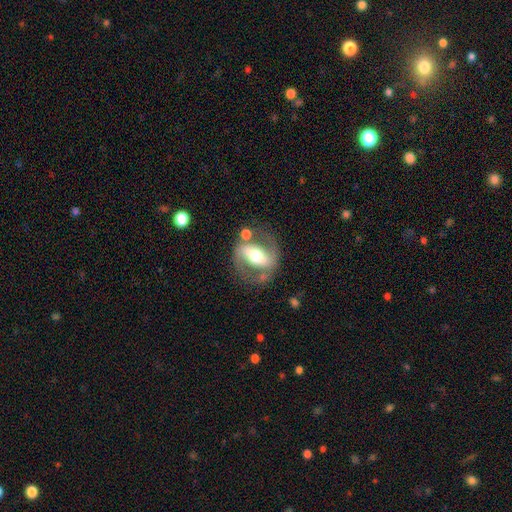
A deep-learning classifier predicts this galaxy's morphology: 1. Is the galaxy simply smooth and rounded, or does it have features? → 76% featured or disk, 19% smooth, 6% star or artifact.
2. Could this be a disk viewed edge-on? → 94% no, 6% yes.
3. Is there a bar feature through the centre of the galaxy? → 56% strong, 25% weak, 19% no.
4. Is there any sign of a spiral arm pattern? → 72% yes, 28% no.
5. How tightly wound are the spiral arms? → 49% medium, 26% loose, 24% tight.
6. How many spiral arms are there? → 86% 2, 7% can't tell, 4% 1, 1% 3, 1% 4, 1% more than 4.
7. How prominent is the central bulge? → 66% moderate, 19% large, 12% small, 2% dominant, 1% none.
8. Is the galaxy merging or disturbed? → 64% none, 16% minor disturbance, 11% major disturbance, 8% merger.